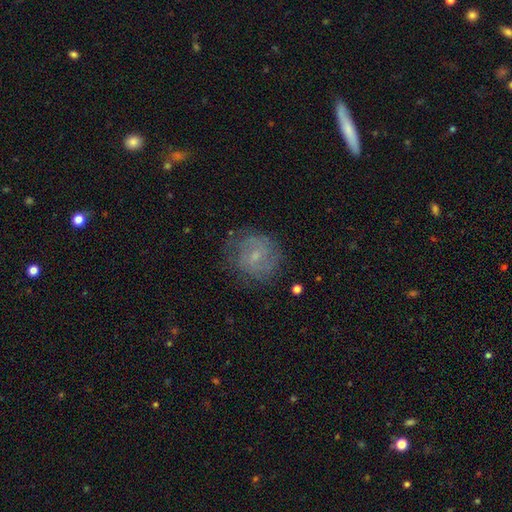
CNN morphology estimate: featured or disk 60%, smooth 31%, star or artifact 9%. Down the decision tree: edge-on disk — no (98%); bar — no (49%); spiral arms — yes (80%); bulge size — small (64%); merging — none (72%).